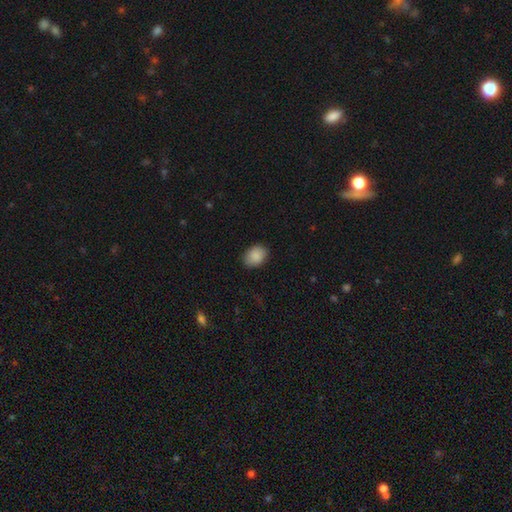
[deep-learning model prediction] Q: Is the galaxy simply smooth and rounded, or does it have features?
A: smooth — 89%.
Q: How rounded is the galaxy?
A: in between — 68%.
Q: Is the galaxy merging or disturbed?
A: none — 85%.